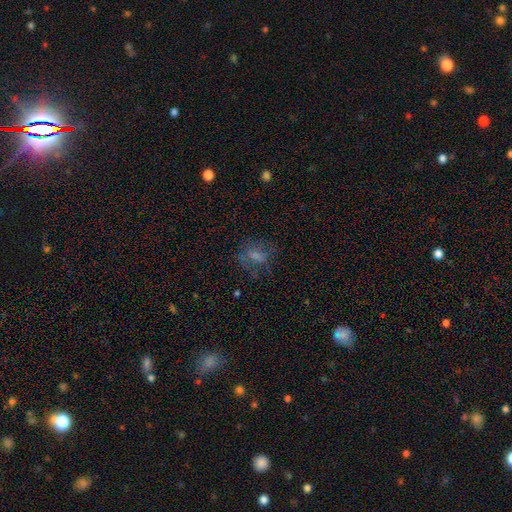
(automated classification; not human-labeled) Smooth or featured? Predicted: smooth (p=0.44). Merging? Predicted: none (p=0.67).